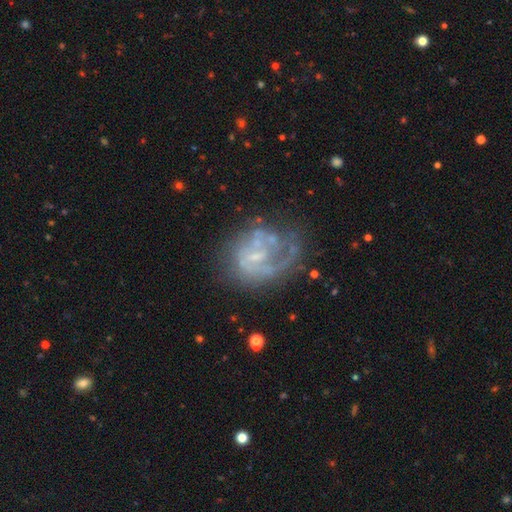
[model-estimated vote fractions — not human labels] A featured or disk galaxy (74%) with no bar (57%), spiral arms (63%) and a small central bulge (45%).

Vote fractions:
- Smooth or featured? featured or disk: 74% / smooth: 16% / star or artifact: 10%
- Edge-on disk? no: 98% / yes: 2%
- Bar? no: 57% / weak: 35% / strong: 8%
- Spiral arms? yes: 63% / no: 37%
- Bulge size? small: 45% / none: 37% / moderate: 15% / large: 2% / dominant: 1%
- Merging? none: 44% / major disturbance: 31% / minor disturbance: 20% / merger: 5%